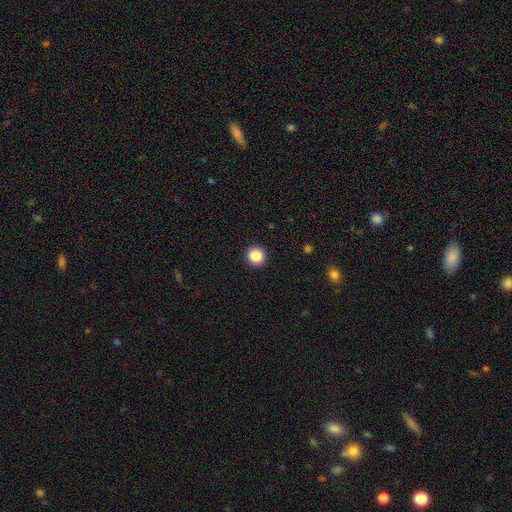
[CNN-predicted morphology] type=smooth (87%); roundness=round (96%); merging=none (93%).